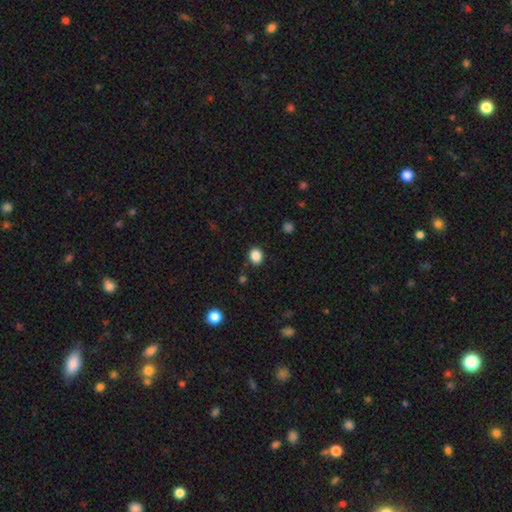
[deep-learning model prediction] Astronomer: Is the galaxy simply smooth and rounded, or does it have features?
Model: smooth — 86%.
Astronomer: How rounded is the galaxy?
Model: round — 70%.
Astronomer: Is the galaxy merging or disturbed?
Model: none — 86%.